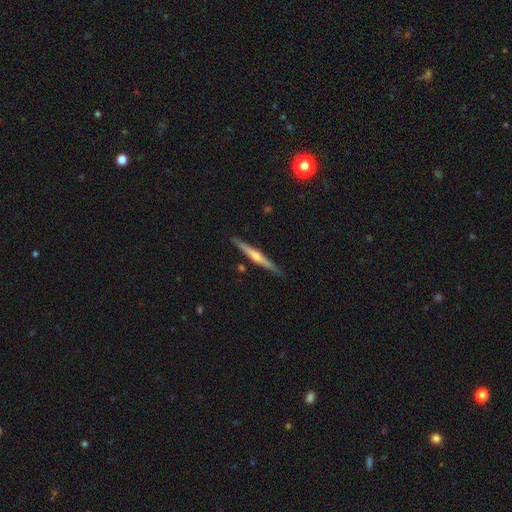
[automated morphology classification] Q: Smooth or featured?
A: featured or disk (61%); runner-up: smooth (33%)
Q: Edge-on disk?
A: yes (97%); runner-up: no (3%)
Q: Edge-on bulge?
A: rounded (73%); runner-up: none (21%)
Q: Merging?
A: none (89%); runner-up: minor disturbance (8%)